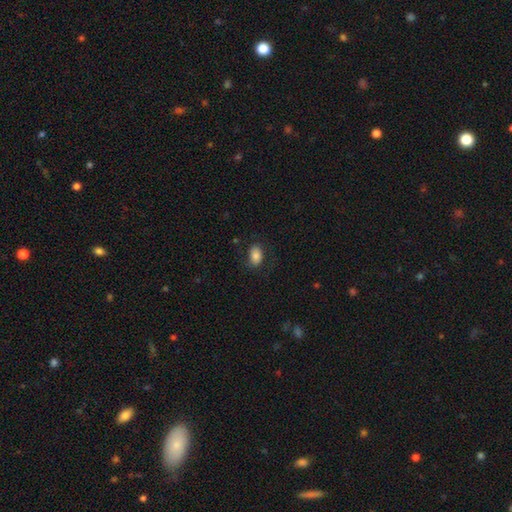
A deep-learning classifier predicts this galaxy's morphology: smooth 83%, featured or disk 9%, star or artifact 8%. Down the decision tree: how rounded — in between (87%); merging — none (78%).